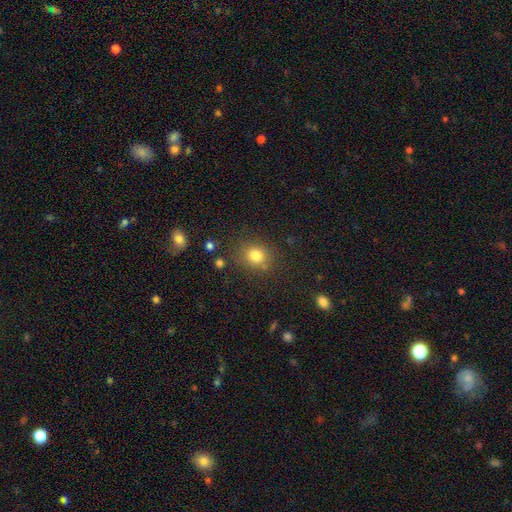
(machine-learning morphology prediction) Overall: smooth (80%). How rounded: round (75%). Merging: none (78%).